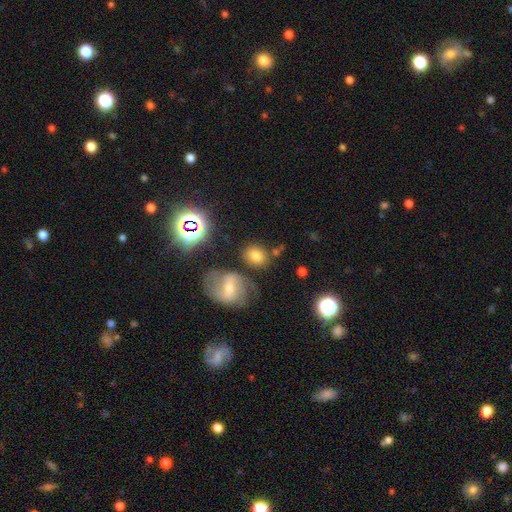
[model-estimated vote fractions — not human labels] smooth-or-featured: smooth: 72% | featured or disk: 14% | star or artifact: 13%
  how-rounded: in between: 50% | round: 48% | cigar-shaped: 2%
  merging: none: 70% | minor disturbance: 14% | merger: 10% | major disturbance: 6%